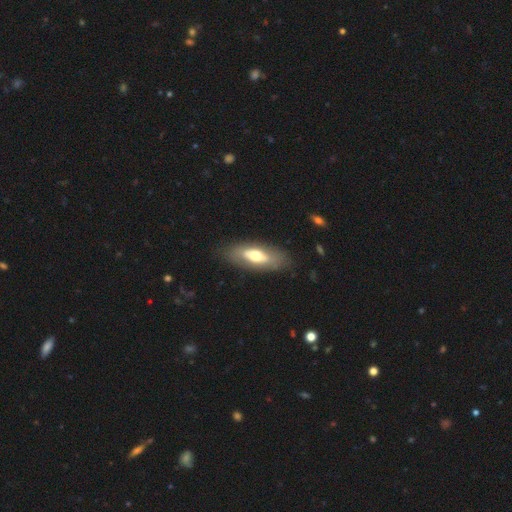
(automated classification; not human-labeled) smooth 51%, featured or disk 43%, star or artifact 6%. Down the decision tree: how rounded — in between (77%); merging — none (81%).